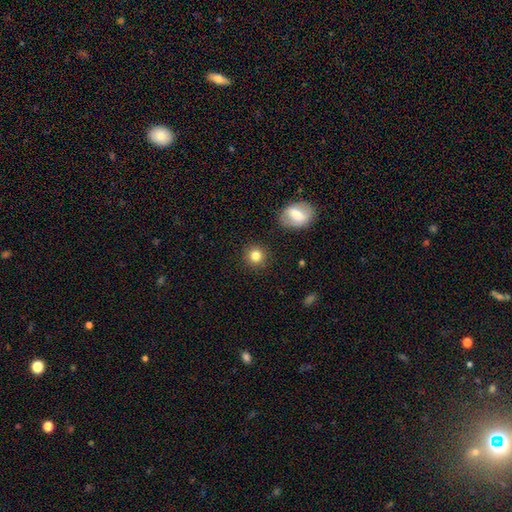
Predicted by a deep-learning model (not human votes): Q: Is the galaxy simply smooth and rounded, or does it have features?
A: smooth — 82%.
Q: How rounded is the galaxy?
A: round — 90%.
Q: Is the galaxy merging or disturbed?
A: none — 88%.